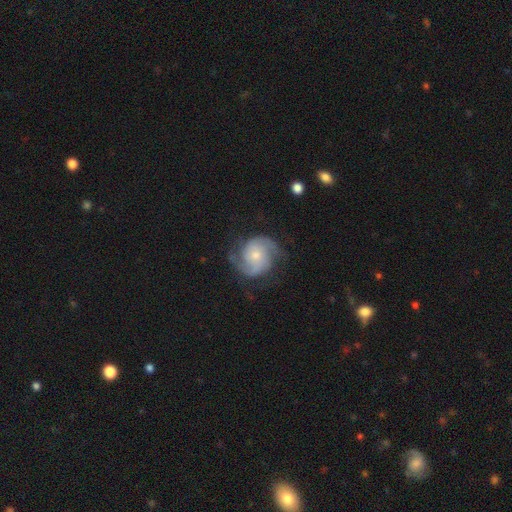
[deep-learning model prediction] Morphology: type=featured or disk (84%); edge-on=no (98%); bar=no (68%); spiral arms=yes (97%); winding=medium (50%); arm count=2 (82%); bulge=small (57%); merging=none (74%).